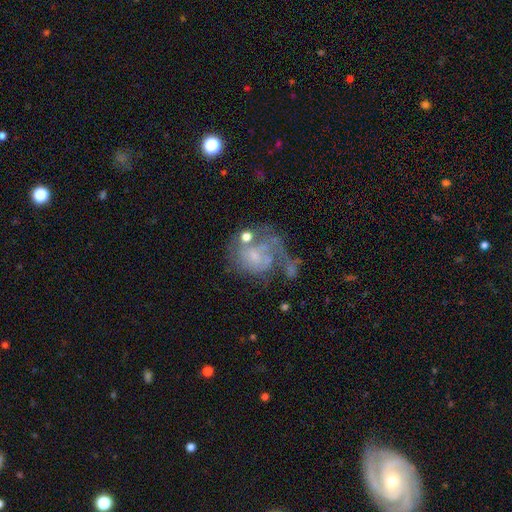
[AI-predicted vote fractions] This is likely a featured or disk galaxy (66%). It is clearly not viewed edge-on (98%). Bar: likely no (75%). Spiral arm pattern: likely yes (65%). Central bulge: possibly small (46%). Merging: marginally major disturbance (38%).